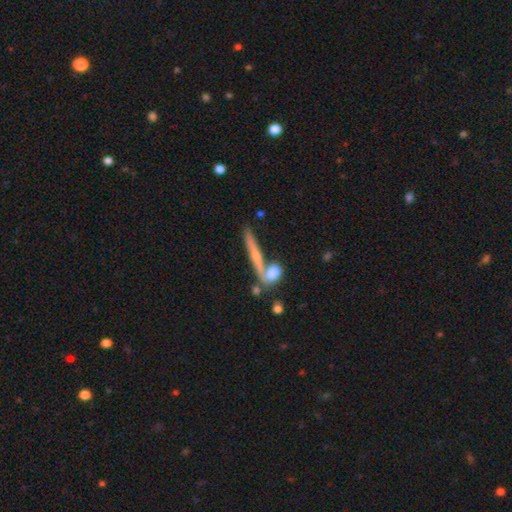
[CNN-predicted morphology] Smooth or featured? featured or disk (48%)
Merging? none (59%)